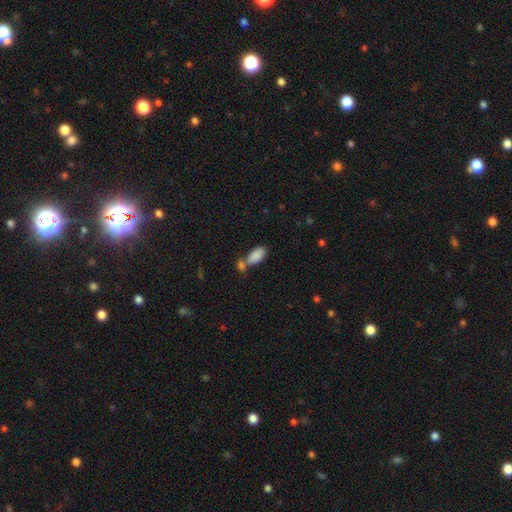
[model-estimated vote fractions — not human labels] A smooth galaxy with no disk features (86%) that is in between round and cigar-shaped (92%).

Vote fractions:
- Smooth or featured? smooth: 86% / star or artifact: 7% / featured or disk: 7%
- How rounded? in between: 92% / cigar-shaped: 6% / round: 2%
- Merging? none: 42% / merger: 41% / minor disturbance: 12% / major disturbance: 4%